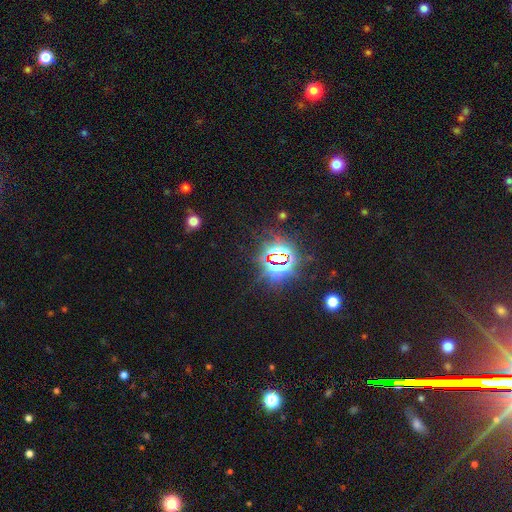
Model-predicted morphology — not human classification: Smooth or featured? star or artifact (78%)